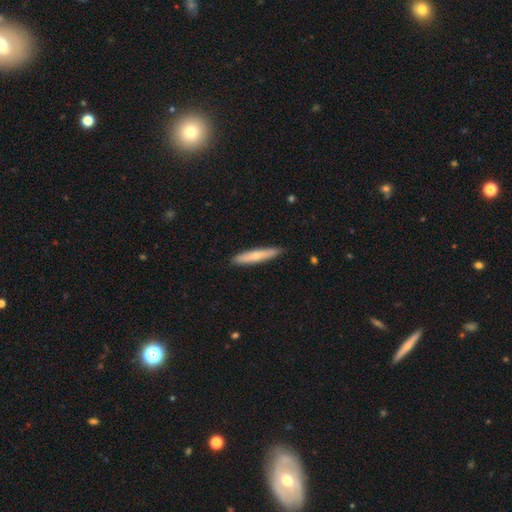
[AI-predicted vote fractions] The model was most divided on "smooth or featured": smooth: 59%, featured or disk: 36%, star or artifact: 5%. More confident: how rounded — cigar-shaped (91%); merging — none (89%).